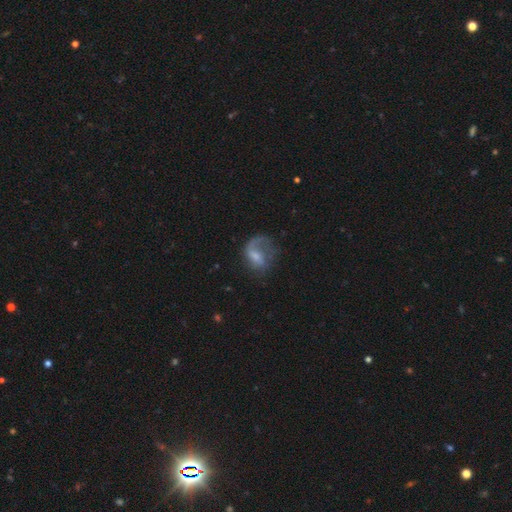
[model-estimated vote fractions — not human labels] smooth-or-featured: featured or disk: 60% | smooth: 32% | star or artifact: 8%
  disk-edge-on: no: 97% | yes: 3%
    bar: no: 46% | weak: 43% | strong: 11%
    has-spiral-arms: yes: 79% | no: 21%
    bulge-size: small: 41% | moderate: 30% | none: 22% | large: 6% | dominant: 2%
  merging: major disturbance: 40% | none: 38% | minor disturbance: 19% | merger: 3%